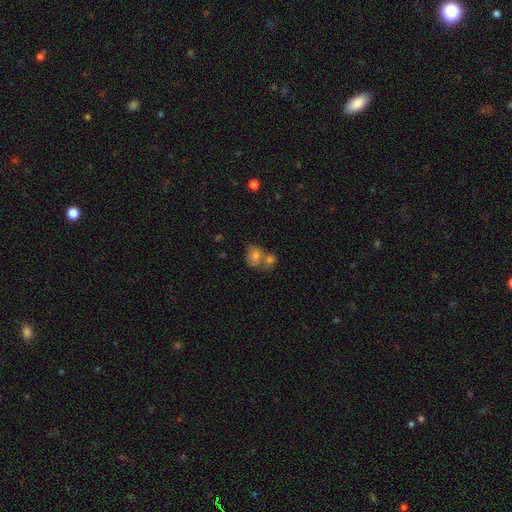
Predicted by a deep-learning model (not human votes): Smooth or featured? smooth (73%)
How rounded? round (52%)
Merging? merger (53%)